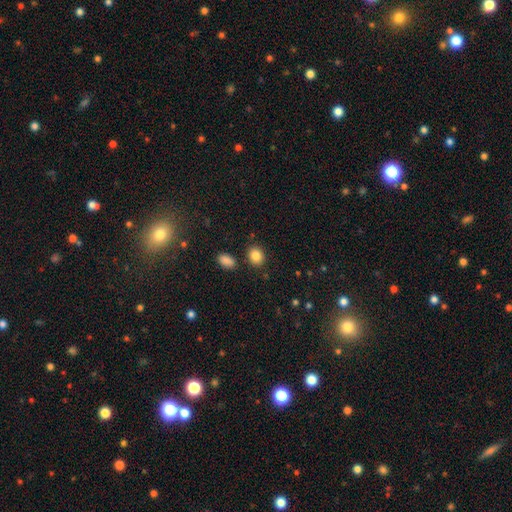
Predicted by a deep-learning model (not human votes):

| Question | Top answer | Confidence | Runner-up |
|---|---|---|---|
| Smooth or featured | smooth | 86% | star or artifact (10%) |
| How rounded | round | 64% | in between (35%) |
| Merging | none | 85% | minor disturbance (8%) |